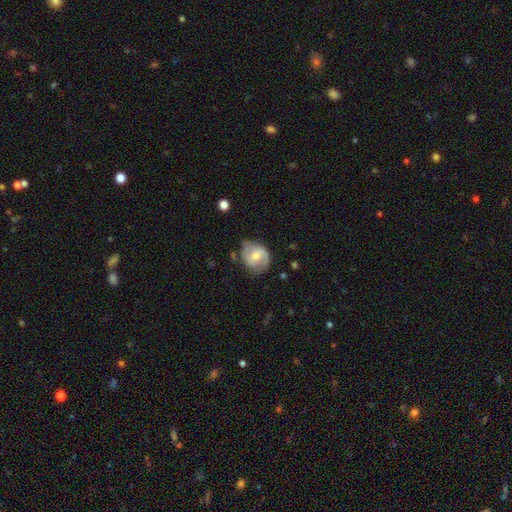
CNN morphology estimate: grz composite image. It shows a featured or disk galaxy (50%). Merging: none (61%).